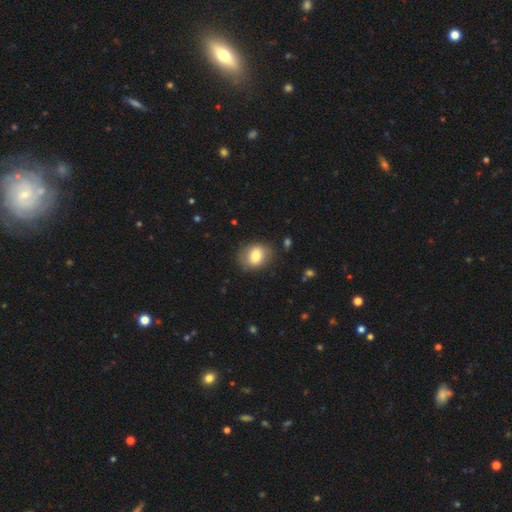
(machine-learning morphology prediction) smooth-or-featured: smooth: 77% | featured or disk: 15% | star or artifact: 8%
  how-rounded: in between: 50% | round: 49% | cigar-shaped: 1%
  merging: none: 80% | minor disturbance: 14% | major disturbance: 4% | merger: 2%